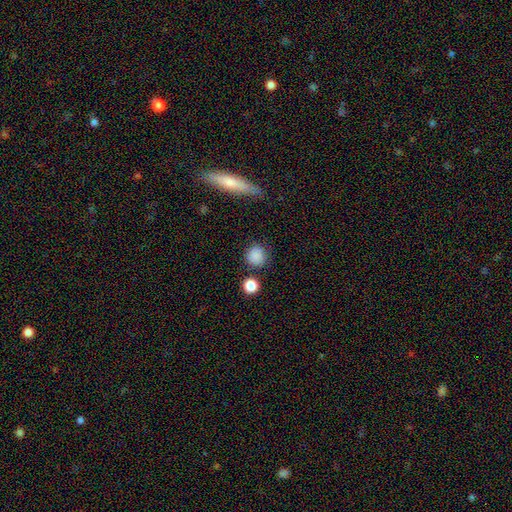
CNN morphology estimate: This appears to be a smooth galaxy with no disk features (84%) that is round (90%). Merging: none (80%).